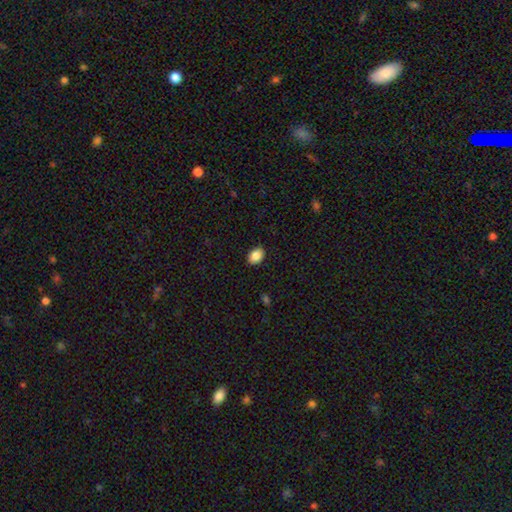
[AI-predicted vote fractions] smooth_or_featured: smooth (p=0.87) [alt: star or artifact p=0.08]
how_rounded: in between (p=0.75) [alt: round p=0.24]
merging: none (p=0.89) [alt: minor disturbance p=0.08]